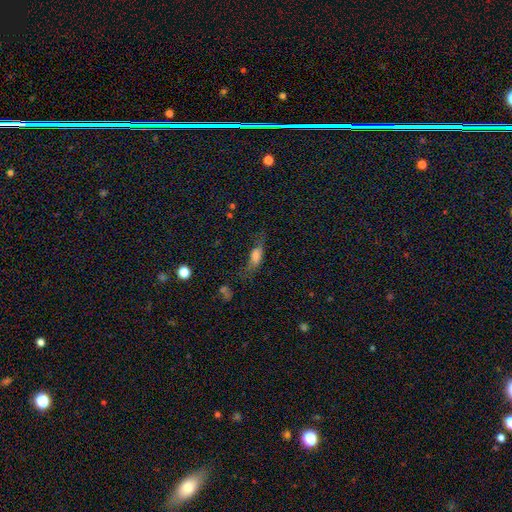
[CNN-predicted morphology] This appears to be a smooth galaxy with no disk features (62%) that is in between round and cigar-shaped (61%). Merging: none (50%).